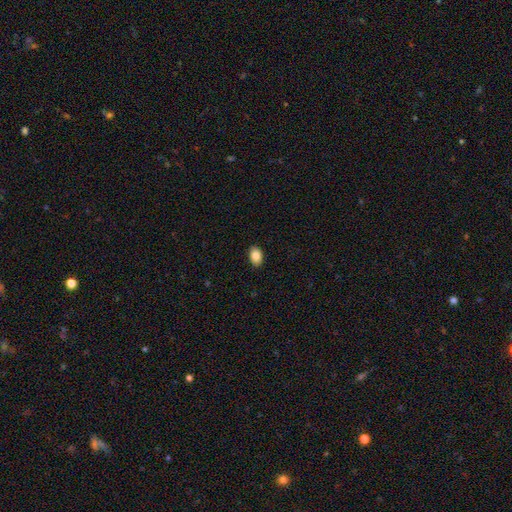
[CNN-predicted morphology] This appears to be a smooth galaxy with no disk features (86%) that is in between round and cigar-shaped (86%). Merging: none (89%).